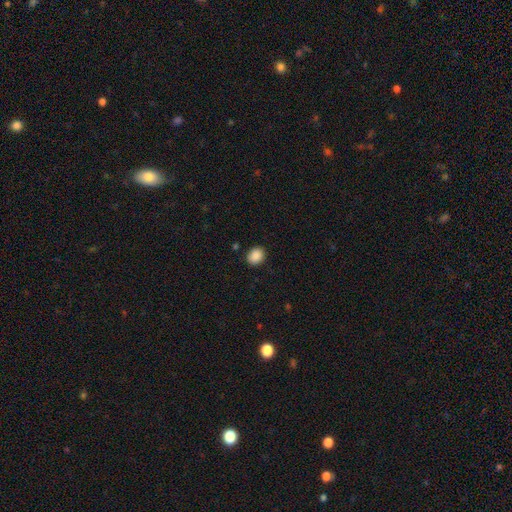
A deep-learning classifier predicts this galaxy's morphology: smooth 89%, star or artifact 9%, featured or disk 3%. Down the decision tree: how rounded — round (61%); merging — none (88%).